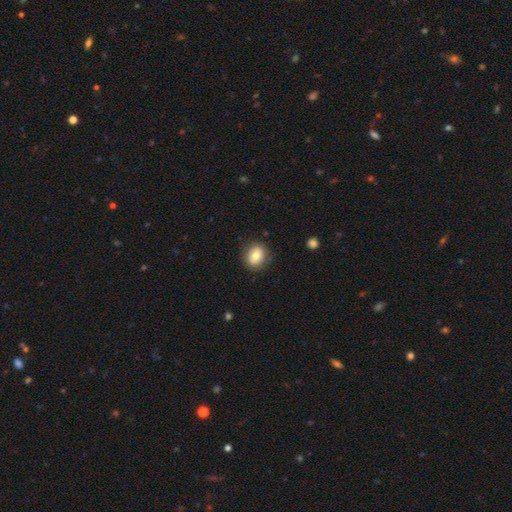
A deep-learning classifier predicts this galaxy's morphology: smooth-or-featured: smooth: 77% | featured or disk: 14% | star or artifact: 9%
  how-rounded: round: 64% | in between: 35% | cigar-shaped: 1%
  merging: none: 85% | minor disturbance: 11% | major disturbance: 3% | merger: 1%